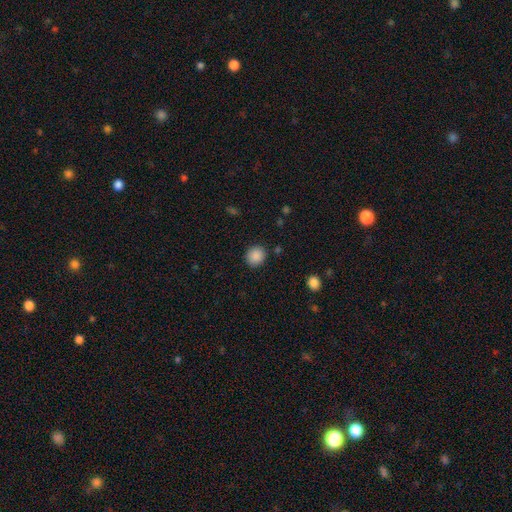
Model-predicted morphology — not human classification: smooth 88%, star or artifact 9%, featured or disk 3%. Down the decision tree: how rounded — round (81%); merging — none (89%).